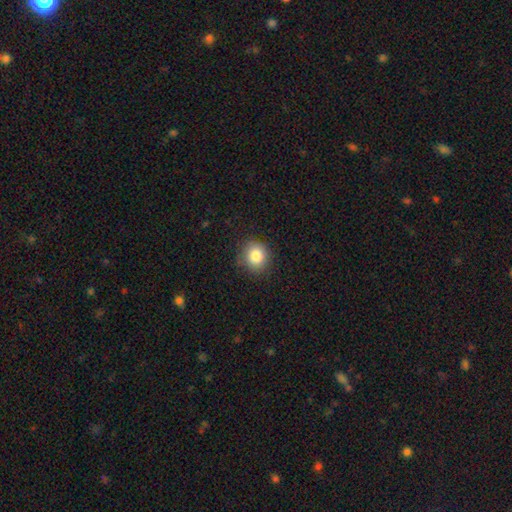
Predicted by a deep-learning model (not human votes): A smooth galaxy with no disk features (83%) that is round (86%).

Vote fractions:
- Smooth or featured? smooth: 83% / star or artifact: 10% / featured or disk: 6%
- How rounded? round: 86% / in between: 13% / cigar-shaped: 1%
- Merging? none: 84% / minor disturbance: 12% / major disturbance: 3% / merger: 1%